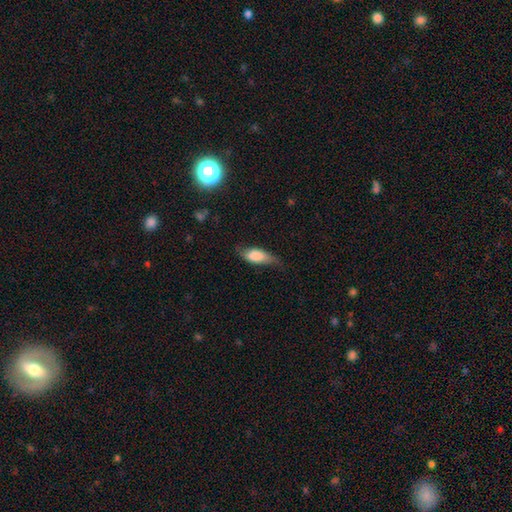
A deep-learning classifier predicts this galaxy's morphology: Smooth or featured? smooth (71%)
How rounded? in between (79%)
Merging? none (49%)